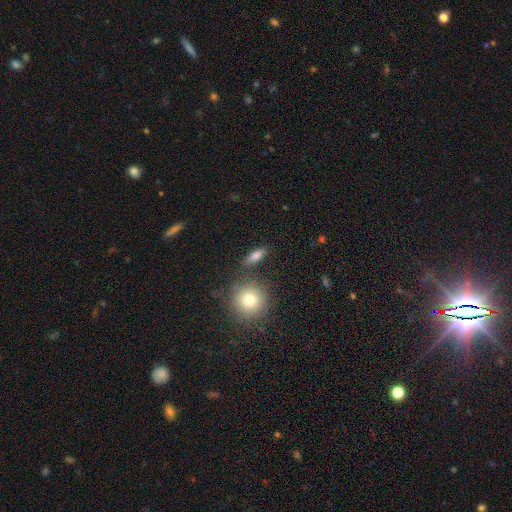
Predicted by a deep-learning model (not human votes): A smooth galaxy with no disk features (80%) that is in between round and cigar-shaped (58%).

Vote fractions:
- Smooth or featured? smooth: 80% / featured or disk: 11% / star or artifact: 9%
- How rounded? in between: 58% / cigar-shaped: 33% / round: 9%
- Merging? none: 79% / minor disturbance: 11% / merger: 6% / major disturbance: 4%